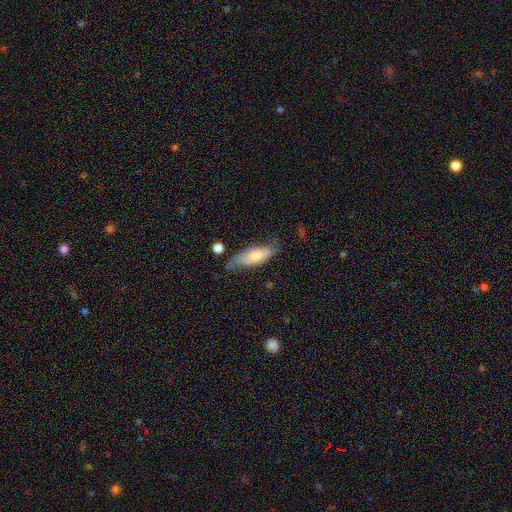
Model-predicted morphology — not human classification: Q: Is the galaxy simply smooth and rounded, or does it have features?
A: smooth — 64%.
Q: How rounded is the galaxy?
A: in between — 64%.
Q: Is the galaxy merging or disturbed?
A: none — 57%.